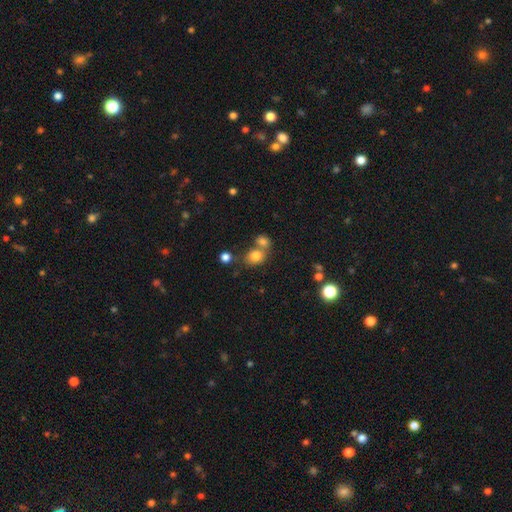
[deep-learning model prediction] Smooth or featured: smooth — 79% (star or artifact — 12%)
How rounded: round — 58% (in between — 41%)
Merging: none — 46% (merger — 40%)